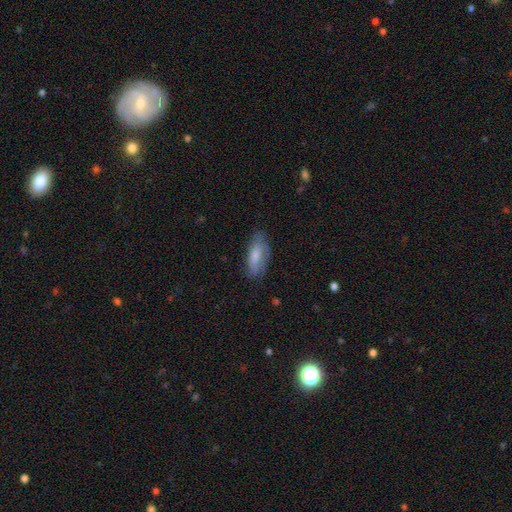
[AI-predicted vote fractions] smooth-or-featured: smooth: 73% | featured or disk: 21% | star or artifact: 6%
  how-rounded: in between: 81% | cigar-shaped: 16% | round: 2%
  merging: none: 69% | minor disturbance: 23% | major disturbance: 6% | merger: 1%